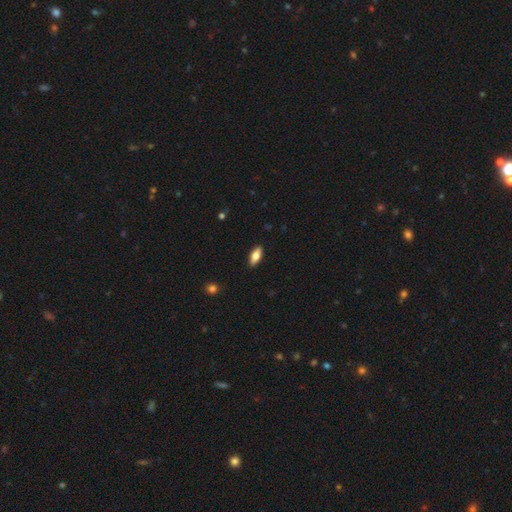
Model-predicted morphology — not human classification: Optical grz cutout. It shows a smooth galaxy with no disk features (76%) that is in between round and cigar-shaped (80%). Merging: none (89%).